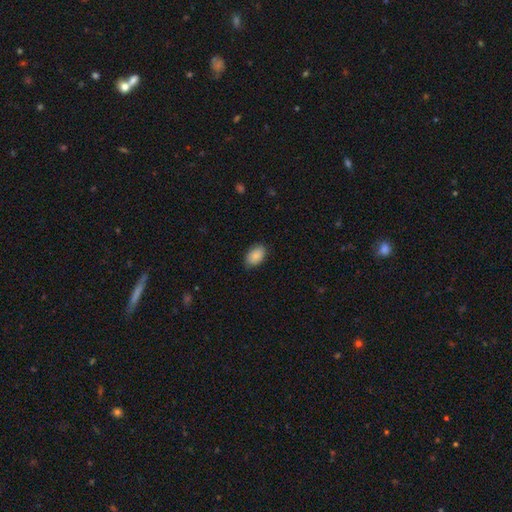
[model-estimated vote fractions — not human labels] A smooth galaxy with no disk features (88%) that is in between round and cigar-shaped (91%). Merging: none (86%).